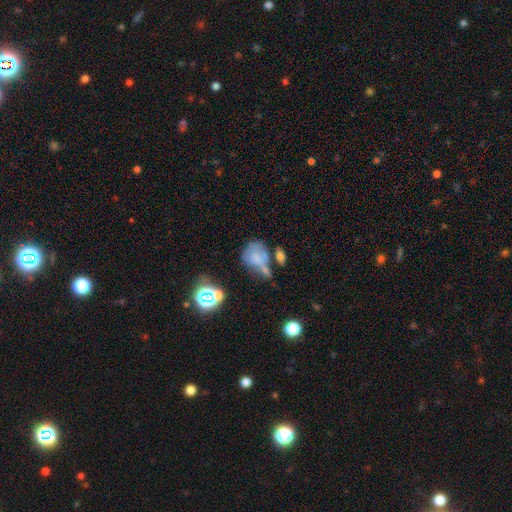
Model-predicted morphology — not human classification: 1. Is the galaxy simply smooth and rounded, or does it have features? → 61% smooth, 24% featured or disk, 15% star or artifact.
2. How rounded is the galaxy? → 58% round, 40% in between, 2% cigar-shaped.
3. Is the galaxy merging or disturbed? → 29% merger, 28% none, 22% minor disturbance, 21% major disturbance.